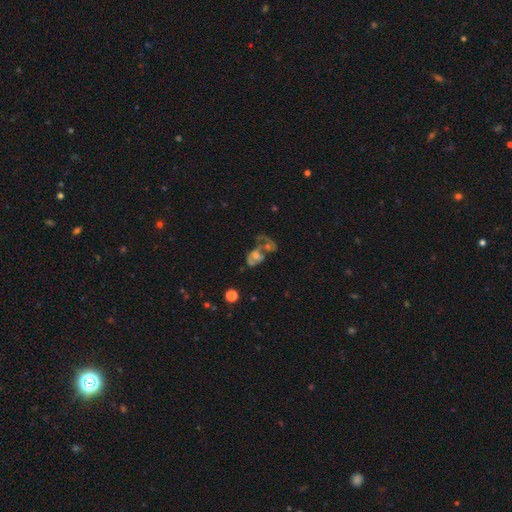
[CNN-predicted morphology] Overall: featured or disk (58%; smooth 29%). Edge-on disk: no (96%). Bar: no (77%). Spiral arms: yes (58%; no 42%). Bulge size: moderate (55%; small 22%). Merging: merger (54%; major disturbance 22%).